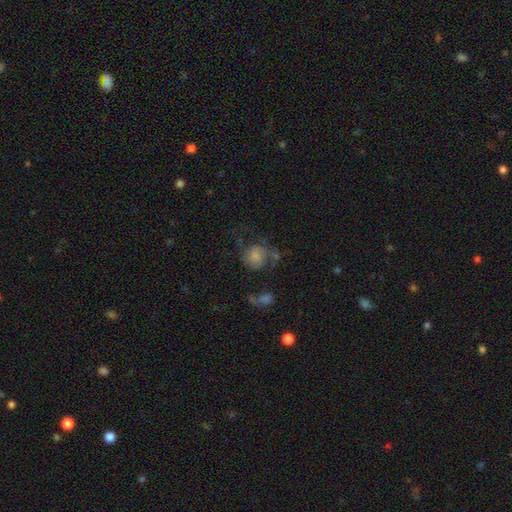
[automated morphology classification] The model was most divided on "smooth or featured": smooth: 49%, featured or disk: 40%, star or artifact: 11%. Remaining: merging — none (41%).